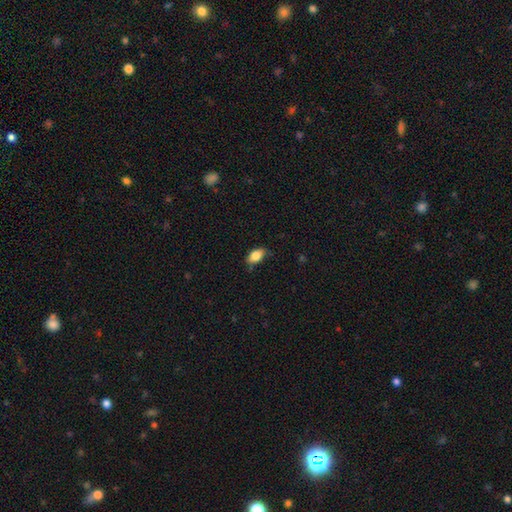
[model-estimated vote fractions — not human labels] This appears to be a smooth galaxy with no disk features (81%) that is in between round and cigar-shaped (88%). Merging: none (66%).